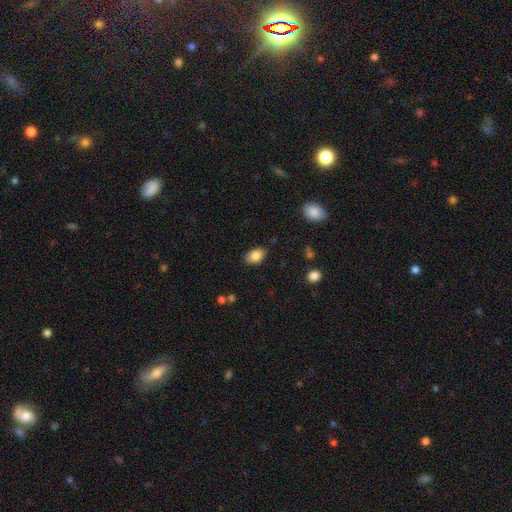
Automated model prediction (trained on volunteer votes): This appears to be a smooth galaxy with no disk features (84%) that is in between round and cigar-shaped (87%). Merging: none (82%).